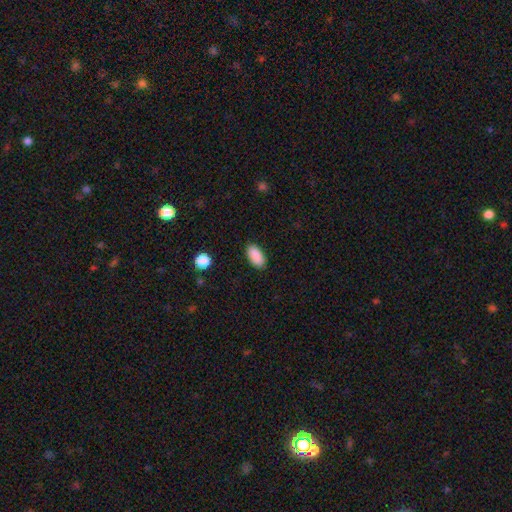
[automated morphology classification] smooth-or-featured: smooth: 90% | star or artifact: 7% | featured or disk: 3%
  how-rounded: in between: 94% | round: 3% | cigar-shaped: 3%
  merging: none: 88% | minor disturbance: 8% | major disturbance: 2% | merger: 1%